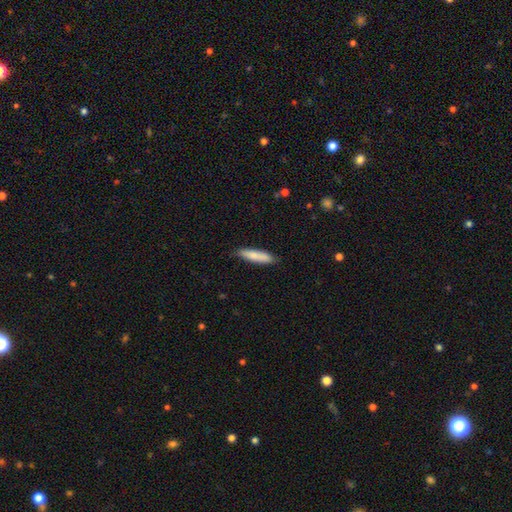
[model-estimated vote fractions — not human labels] The model was most divided on "how rounded": cigar-shaped: 75%, in between: 24%, round: 1%. More confident: merging — none (82%); smooth or featured — smooth (80%).